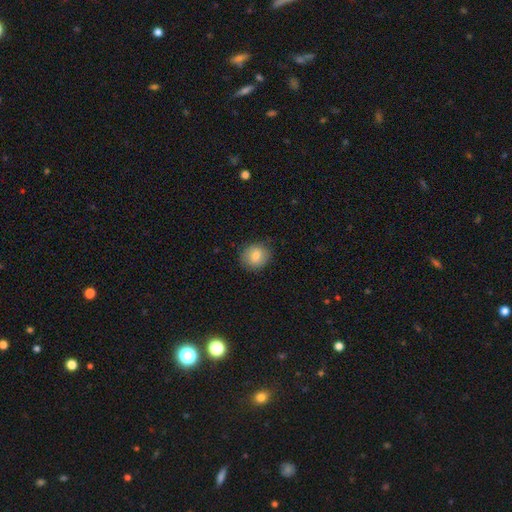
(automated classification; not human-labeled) Morphology: type=smooth (82%); roundness=round (77%); merging=none (85%).